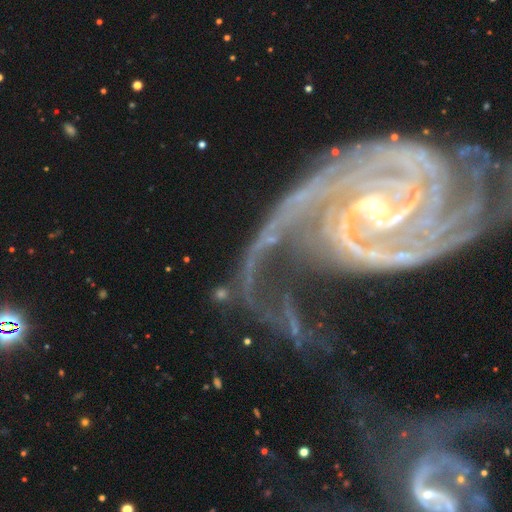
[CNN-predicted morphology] The model was most divided on "merging": none: 44%, major disturbance: 32%, minor disturbance: 17%, merger: 7%. Remaining: spiral arms — yes (97%); edge-on disk — no (97%); smooth or featured — featured or disk (88%); bulge size — small (82%); spiral winding — tight (49%); bar — no (43%); spiral arm count — 2 (40%).